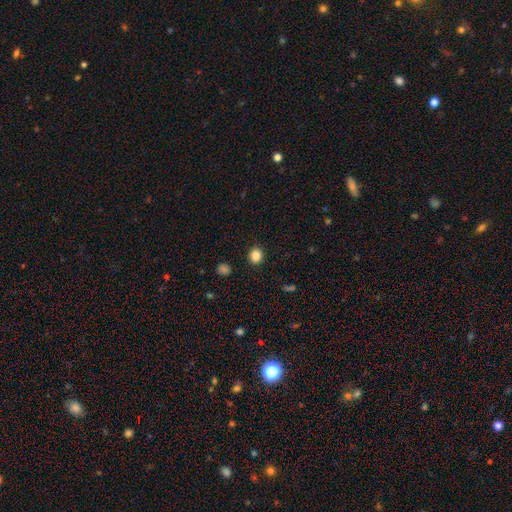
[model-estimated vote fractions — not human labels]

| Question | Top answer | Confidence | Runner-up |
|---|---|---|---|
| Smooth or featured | smooth | 85% | star or artifact (11%) |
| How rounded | round | 70% | in between (29%) |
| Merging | none | 91% | minor disturbance (6%) |